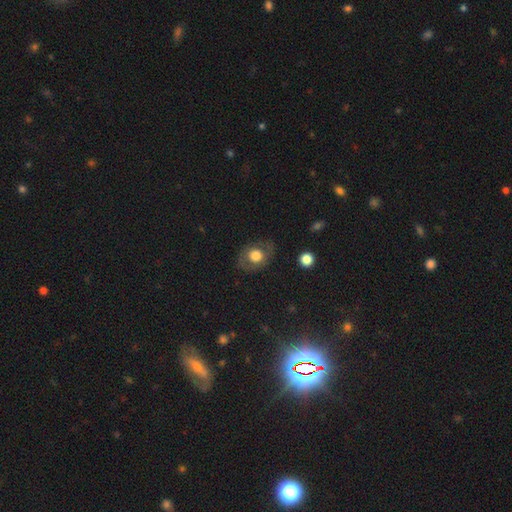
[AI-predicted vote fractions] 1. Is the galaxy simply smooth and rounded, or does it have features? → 60% smooth, 32% featured or disk, 8% star or artifact.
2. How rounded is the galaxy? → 52% round, 47% in between, 1% cigar-shaped.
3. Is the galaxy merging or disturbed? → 76% none, 15% minor disturbance, 8% major disturbance, 1% merger.